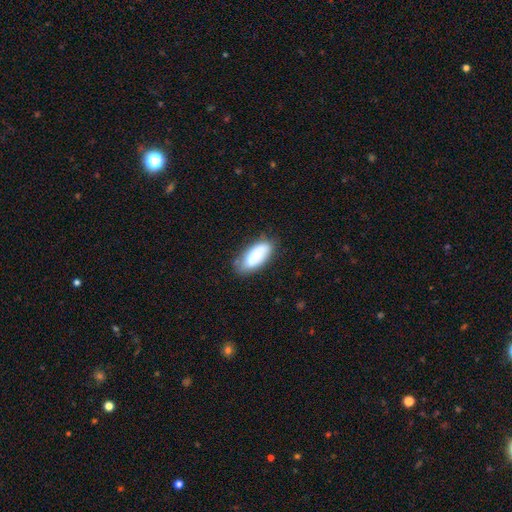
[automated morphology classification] This appears to be a smooth galaxy with no disk features (73%) that is in between round and cigar-shaped (90%). Merging: none (65%).